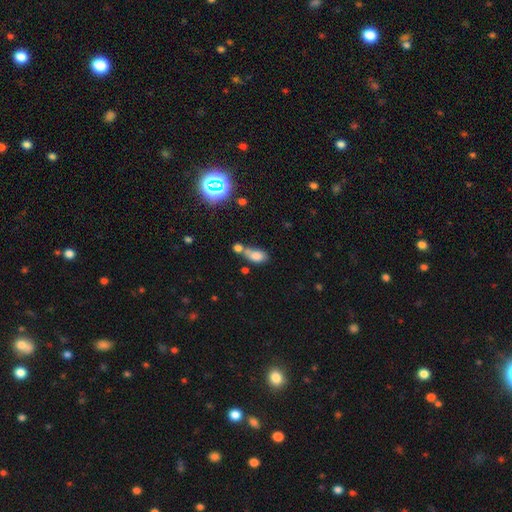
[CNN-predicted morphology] Smooth or featured? smooth (75%)
How rounded? in between (86%)
Merging? merger (46%)